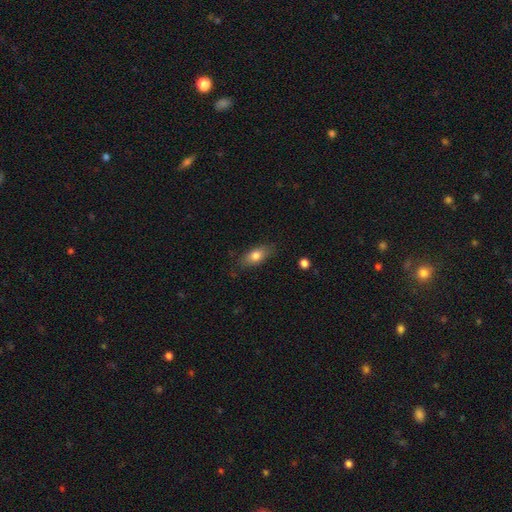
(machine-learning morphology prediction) A smooth galaxy with no disk features (78%) that is in between round and cigar-shaped (81%).

Vote fractions:
- Smooth or featured? smooth: 78% / featured or disk: 15% / star or artifact: 7%
- How rounded? in between: 81% / cigar-shaped: 13% / round: 5%
- Merging? none: 80% / minor disturbance: 15% / major disturbance: 4% / merger: 1%